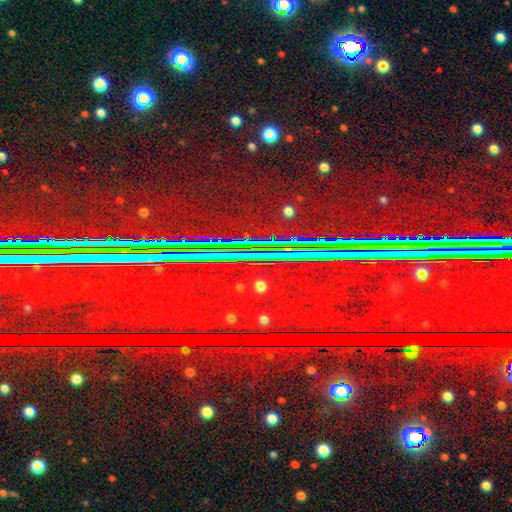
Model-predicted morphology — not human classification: Smooth or featured: star or artifact — 85% (featured or disk — 8%)